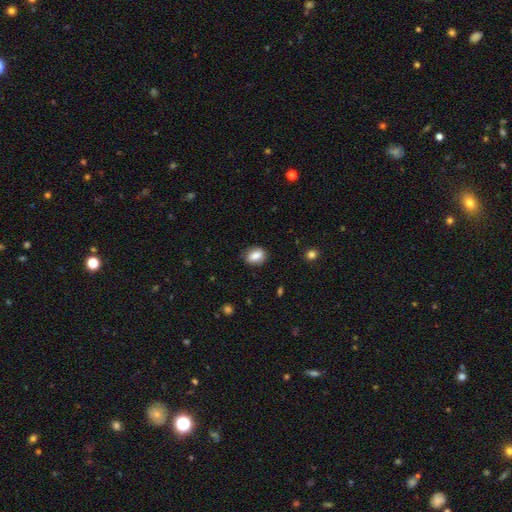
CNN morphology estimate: The model was most divided on "how rounded": in between: 75%, round: 22%, cigar-shaped: 2%. More confident: smooth or featured — smooth (84%); merging — none (79%).